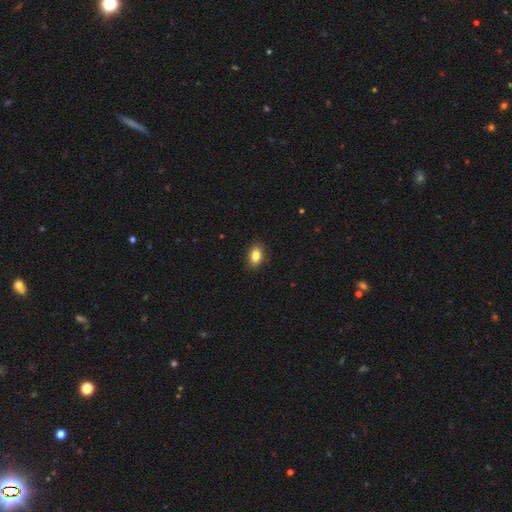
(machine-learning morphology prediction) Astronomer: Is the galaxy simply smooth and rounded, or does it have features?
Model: smooth — 84%.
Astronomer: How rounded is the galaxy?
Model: in between — 85%.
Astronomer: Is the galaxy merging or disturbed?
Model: none — 88%.